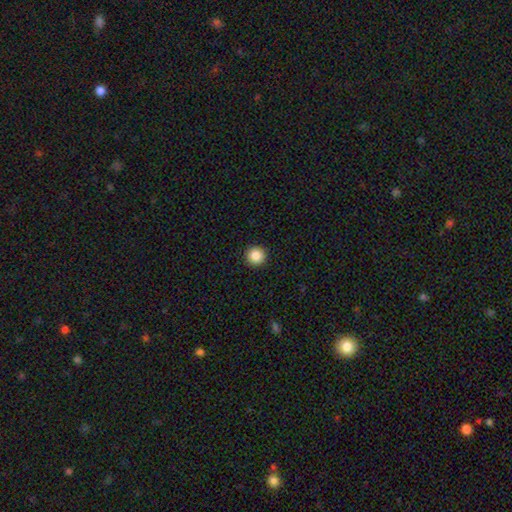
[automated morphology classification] Overall: smooth (87%). How rounded: round (96%). Merging: none (94%).